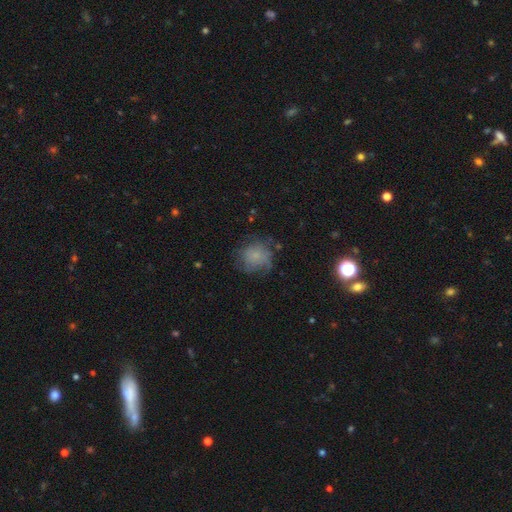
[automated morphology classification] smooth 62%, featured or disk 25%, star or artifact 12%. Down the decision tree: how rounded — round (81%); merging — none (54%).